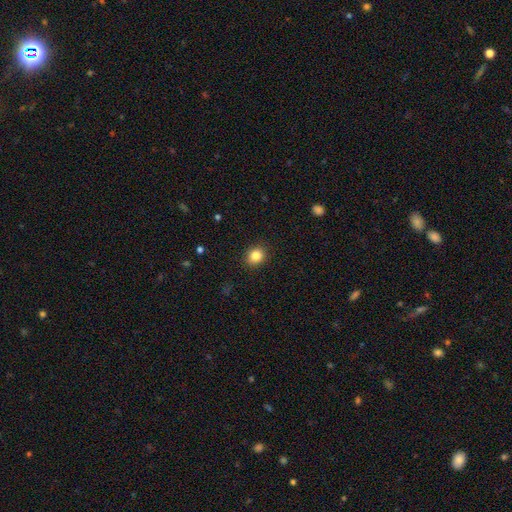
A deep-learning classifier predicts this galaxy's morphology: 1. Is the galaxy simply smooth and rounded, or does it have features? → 84% smooth, 11% star or artifact, 5% featured or disk.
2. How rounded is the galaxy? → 76% round, 23% in between, 1% cigar-shaped.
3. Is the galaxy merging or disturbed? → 90% none, 7% minor disturbance, 2% major disturbance, 1% merger.